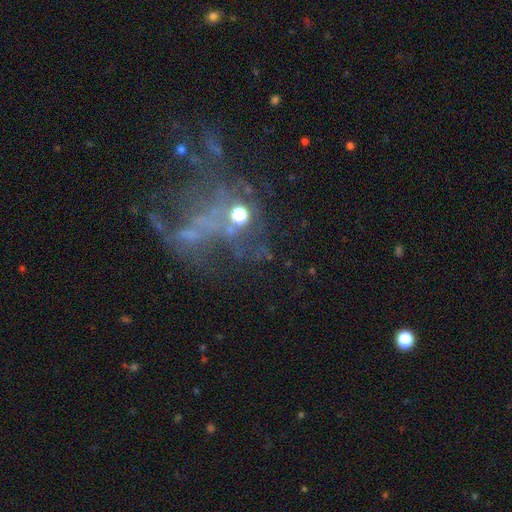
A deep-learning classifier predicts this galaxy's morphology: Overall: featured or disk (43%; star or artifact 41%). Merging: major disturbance (38%; none 36%).